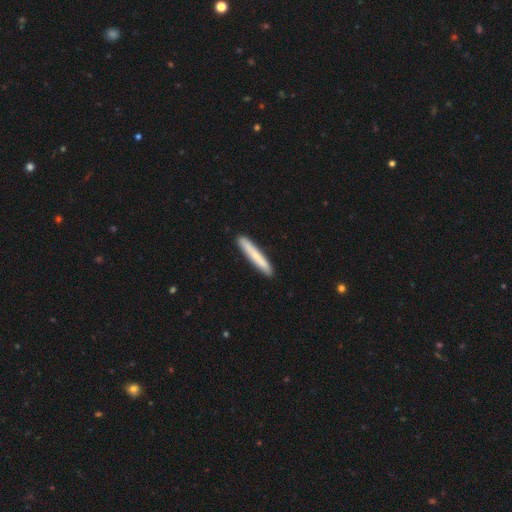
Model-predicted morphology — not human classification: A smooth galaxy with no disk features (71%) that is cigar-shaped (95%). Merging: none (90%).